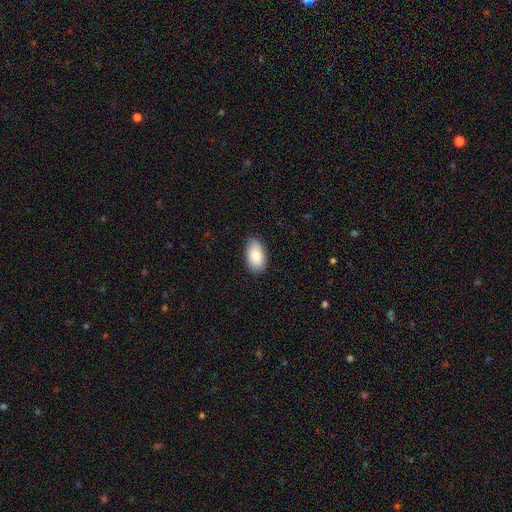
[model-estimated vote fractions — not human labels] The model was most divided on "merging": none: 84%, minor disturbance: 13%, major disturbance: 2%, merger: 1%. More confident: how rounded — in between (94%); smooth or featured — smooth (84%).